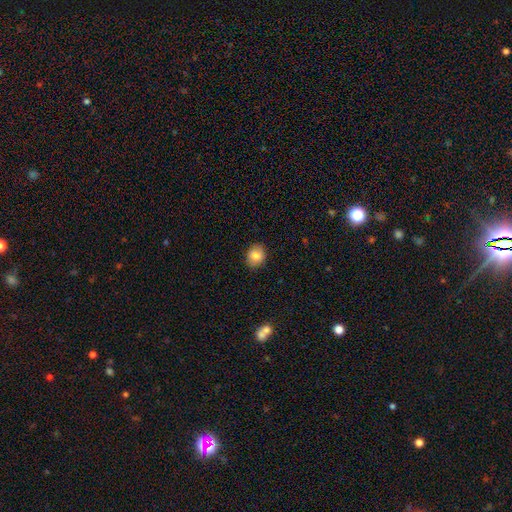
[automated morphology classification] This appears to be a smooth galaxy with no disk features (83%) that is round (67%). Merging: none (87%).